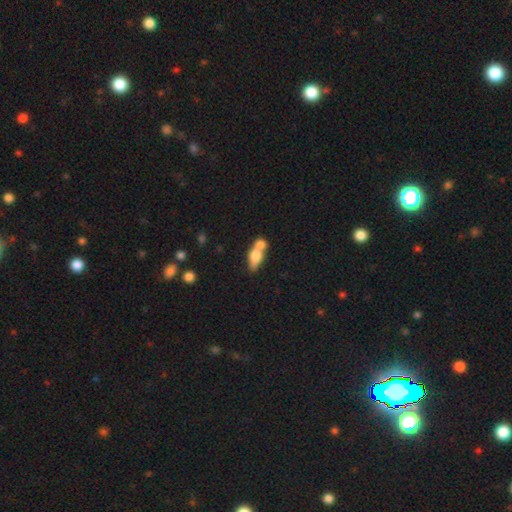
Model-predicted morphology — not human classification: A smooth galaxy with no disk features (68%) that is in between round and cigar-shaped (69%). Merging: merger (59%).